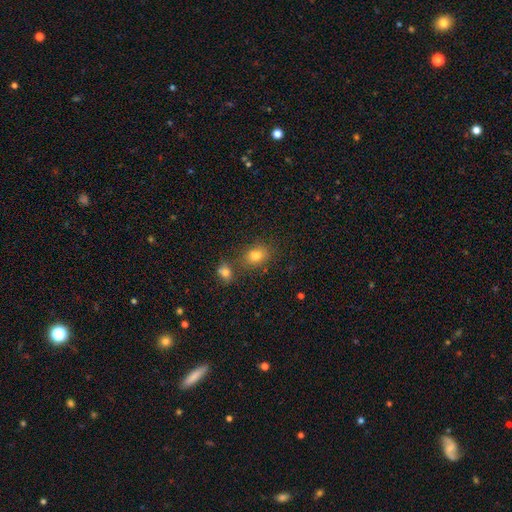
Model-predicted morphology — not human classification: Smooth or featured: smooth — 78% (star or artifact — 14%)
How rounded: in between — 58% (round — 41%)
Merging: none — 68% (merger — 17%)